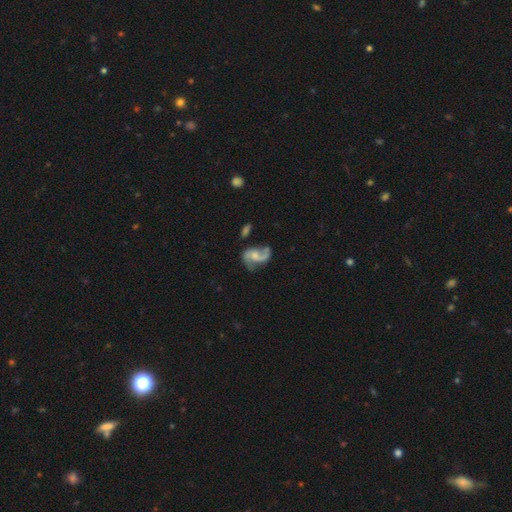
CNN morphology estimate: Overall: featured or disk (79%). Edge-on disk: no (98%). Bar: no (56%; weak 36%). Spiral arms: yes (92%). Spiral arm count: 2 (85%). Spiral winding: loose (58%; medium 34%). Bulge size: moderate (38%; small 37%). Merging: none (48%; minor disturbance 23%).